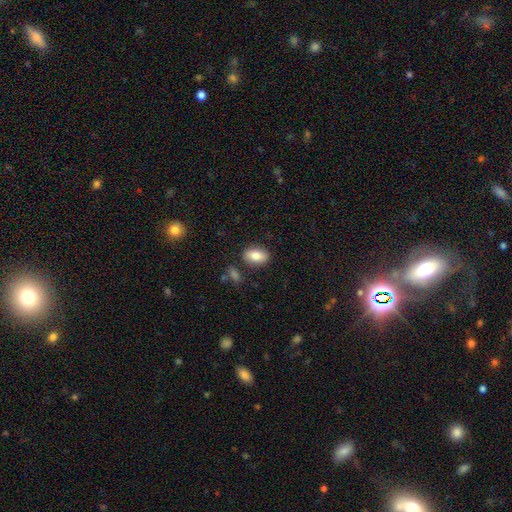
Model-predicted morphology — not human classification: This is clearly a smooth galaxy (83%). How rounded: clearly in between (87%). Merging: clearly none (83%).